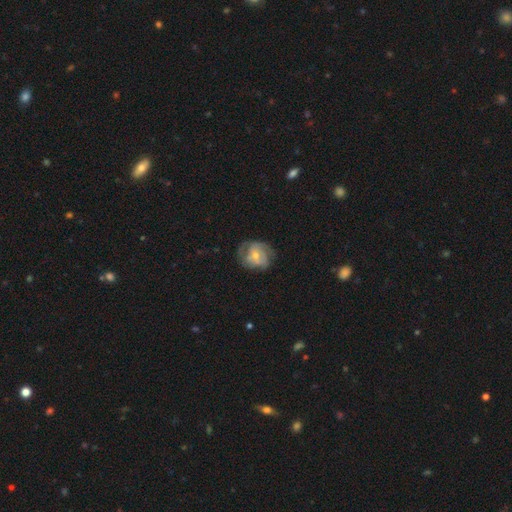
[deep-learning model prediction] Overall: featured or disk (65%; smooth 28%). Edge-on disk: no (97%). Bar: no (64%; weak 29%). Spiral arms: yes (79%). Spiral arm count: can't tell (33%; 2 30%). Spiral winding: tight (43%; medium 40%). Bulge size: small (49%; moderate 45%). Merging: none (57%; minor disturbance 24%).